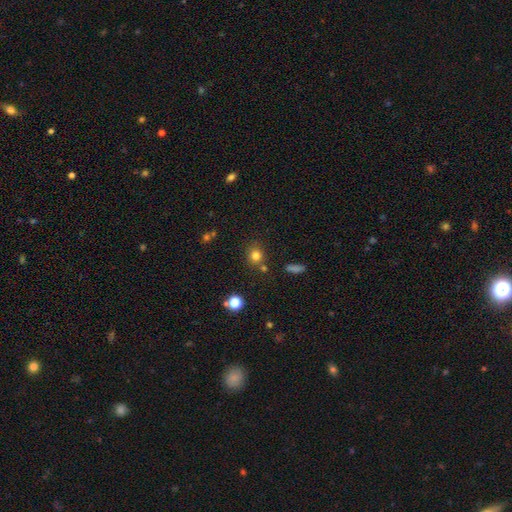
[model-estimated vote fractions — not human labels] Morphology: type=smooth (78%); roundness=round (84%); merging=none (78%).